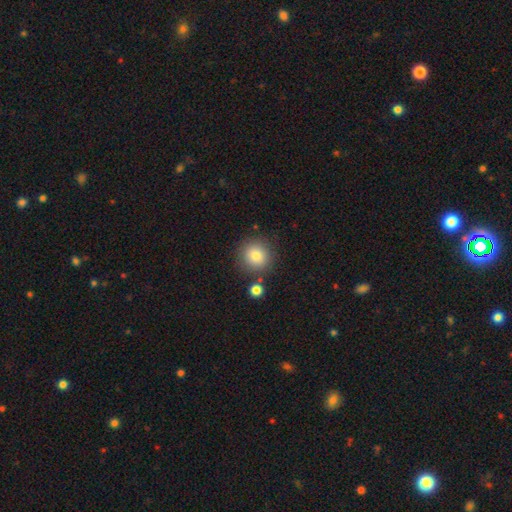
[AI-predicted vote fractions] This is clearly a smooth galaxy (83%). How rounded: clearly round (93%). Merging: clearly none (82%).